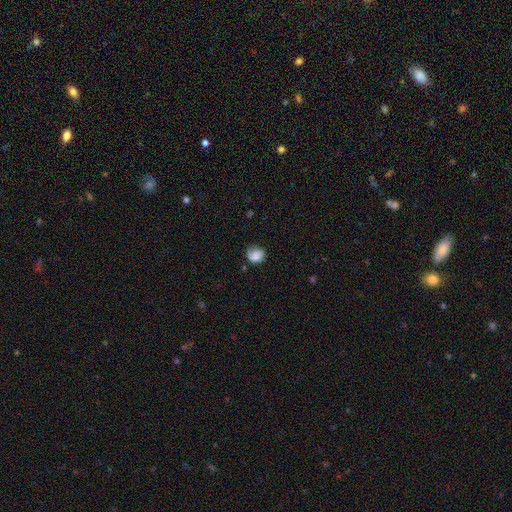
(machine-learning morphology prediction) Smooth or featured: smooth — 71% (featured or disk — 20%)
How rounded: round — 76% (in between — 24%)
Merging: none — 56% (minor disturbance — 27%)